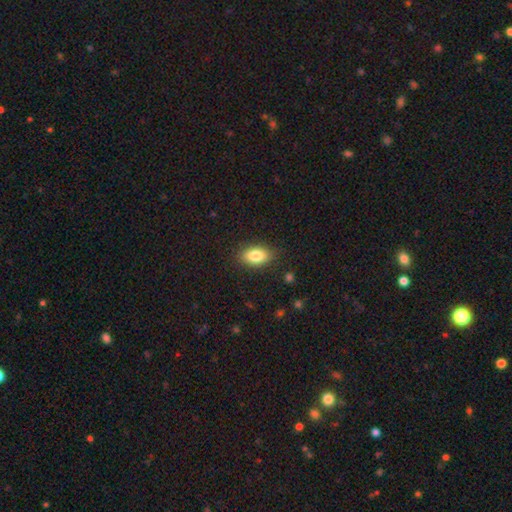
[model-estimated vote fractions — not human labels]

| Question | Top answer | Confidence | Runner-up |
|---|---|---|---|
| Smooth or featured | smooth | 84% | featured or disk (8%) |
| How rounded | in between | 88% | round (9%) |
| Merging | none | 85% | minor disturbance (11%) |